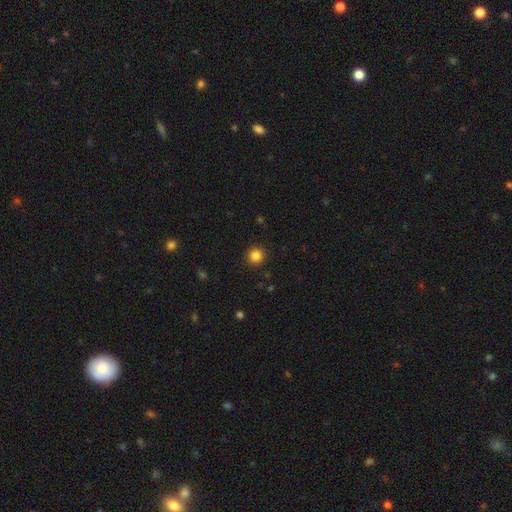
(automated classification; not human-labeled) Smooth or featured: smooth — 85% (star or artifact — 12%)
How rounded: round — 95% (in between — 4%)
Merging: none — 92% (minor disturbance — 5%)